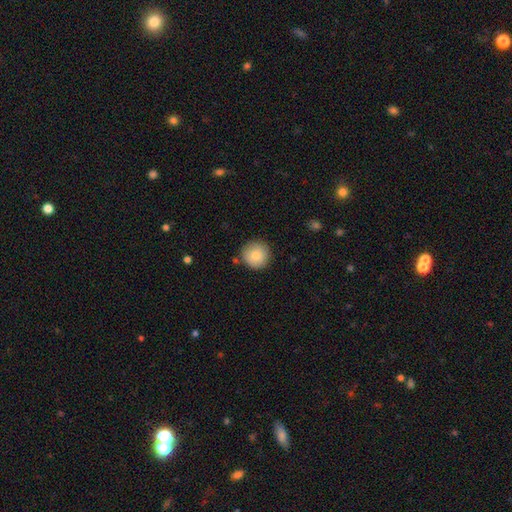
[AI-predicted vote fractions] This is clearly a smooth galaxy (82%). How rounded: clearly round (95%). Merging: clearly none (83%).